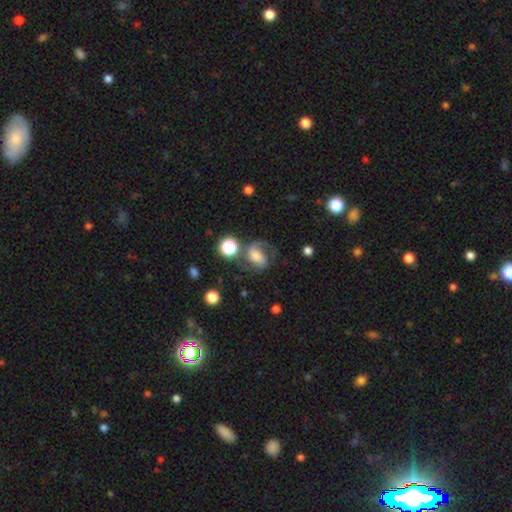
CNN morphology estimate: type=featured or disk (63%); edge-on=no (97%); bar=no (46%); spiral arms=yes (91%); winding=medium (51%); arm count=2 (72%); bulge=moderate (33%); merging=none (49%).